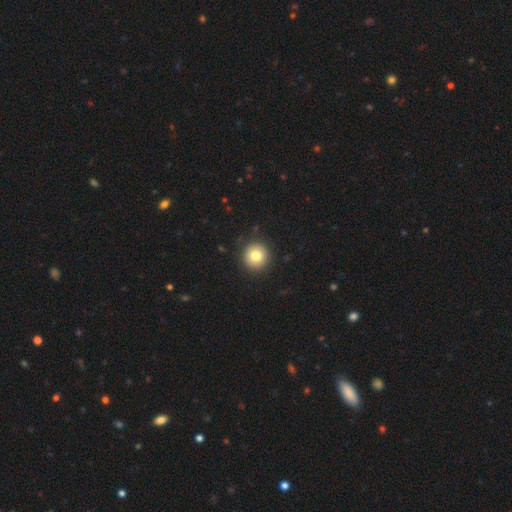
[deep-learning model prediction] smooth-or-featured: smooth: 80% | featured or disk: 10% | star or artifact: 9%
  how-rounded: round: 95% | in between: 4% | cigar-shaped: 1%
  merging: none: 91% | minor disturbance: 6% | major disturbance: 2% | merger: 1%